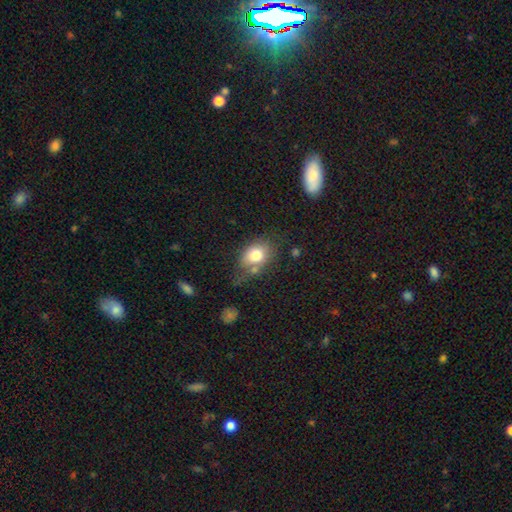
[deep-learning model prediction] smooth-or-featured: smooth: 76% | featured or disk: 15% | star or artifact: 9%
  how-rounded: in between: 61% | round: 37% | cigar-shaped: 1%
  merging: none: 48% | minor disturbance: 26% | major disturbance: 13% | merger: 13%